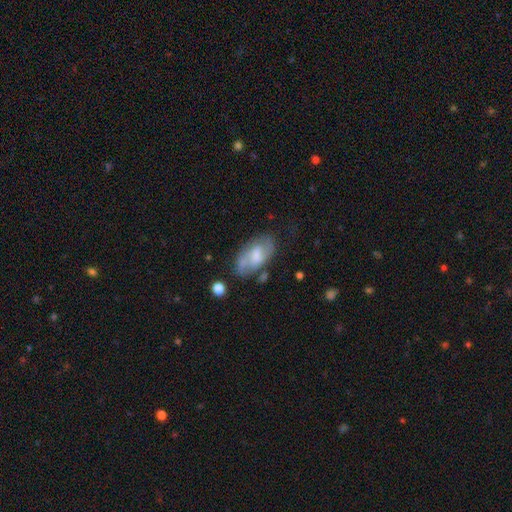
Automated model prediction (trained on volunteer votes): Smooth or featured?
  - featured or disk: 53% *
  - smooth: 40%
  - star or artifact: 7%
Edge-on disk?
  - no: 93% *
  - yes: 7%
Merging?
  - none: 59% *
  - minor disturbance: 24%
  - major disturbance: 10%
  - merger: 6%